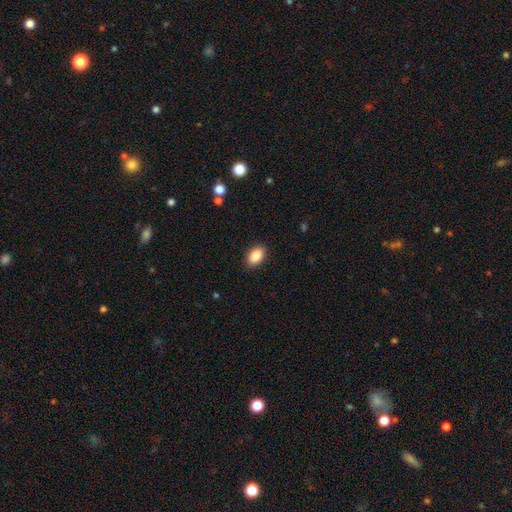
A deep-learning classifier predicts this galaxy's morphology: smooth 88%, star or artifact 7%, featured or disk 5%. Down the decision tree: how rounded — in between (90%); merging — none (89%).